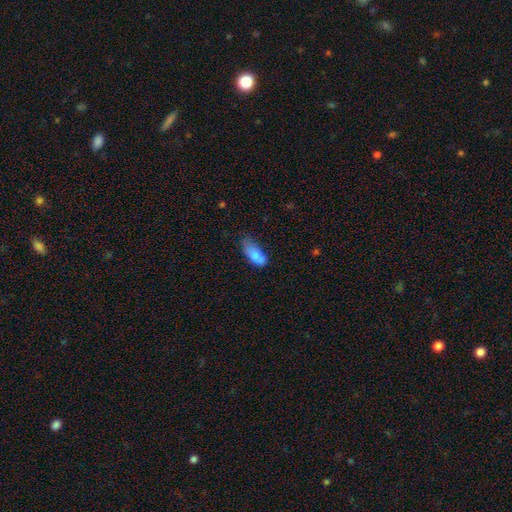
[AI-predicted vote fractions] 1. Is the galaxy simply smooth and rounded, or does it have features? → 82% smooth, 10% featured or disk, 8% star or artifact.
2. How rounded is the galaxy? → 84% in between, 13% cigar-shaped, 2% round.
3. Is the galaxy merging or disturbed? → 42% minor disturbance, 39% none, 15% major disturbance, 4% merger.